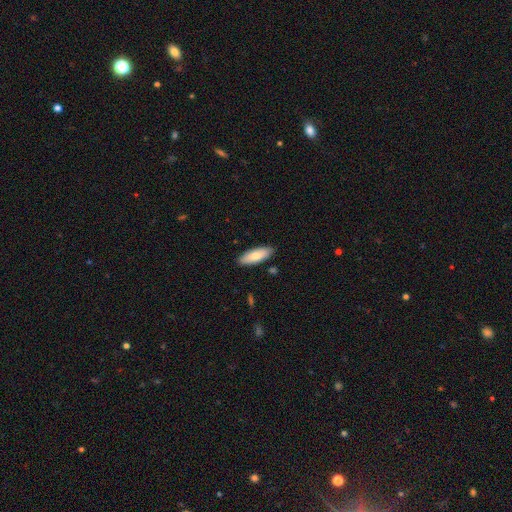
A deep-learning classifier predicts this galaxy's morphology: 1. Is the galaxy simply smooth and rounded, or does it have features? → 77% smooth, 17% featured or disk, 6% star or artifact.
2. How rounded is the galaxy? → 72% in between, 27% cigar-shaped, 2% round.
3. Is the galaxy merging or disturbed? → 88% none, 9% minor disturbance, 2% major disturbance, 2% merger.